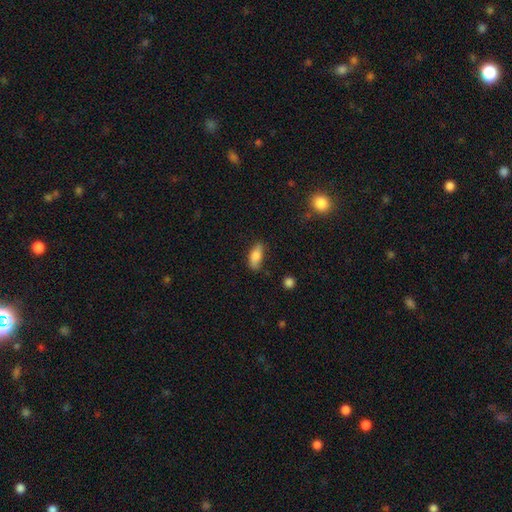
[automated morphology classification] The model was most divided on "merging": none: 73%, minor disturbance: 21%, major disturbance: 4%, merger: 2%. More confident: smooth or featured — smooth (79%); how rounded — in between (78%).